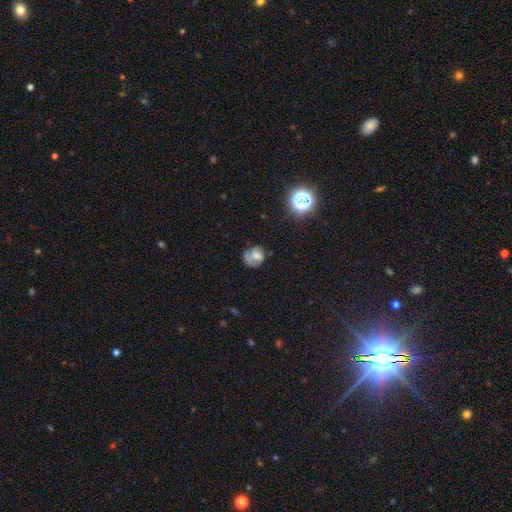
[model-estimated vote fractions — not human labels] The model was most divided on "smooth or featured": smooth: 52%, featured or disk: 33%, star or artifact: 14%. Remaining: how rounded — round (66%); merging — none (49%).